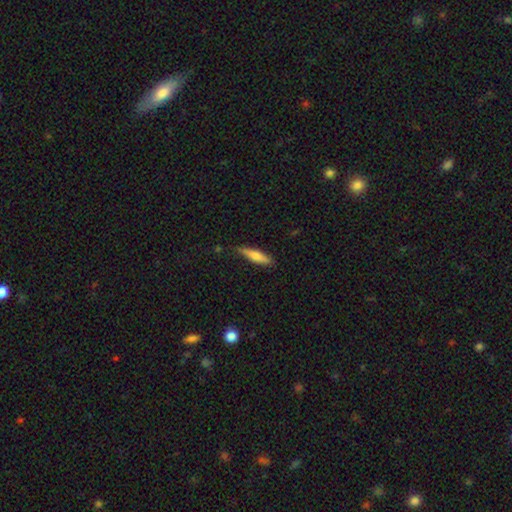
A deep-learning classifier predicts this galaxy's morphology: Smooth or featured? smooth (65%)
How rounded? cigar-shaped (78%)
Merging? none (77%)